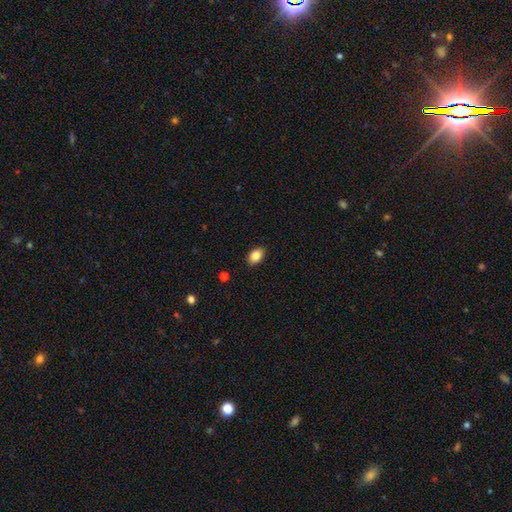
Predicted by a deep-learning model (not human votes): smooth-or-featured: smooth: 85% | star or artifact: 8% | featured or disk: 7%
  how-rounded: in between: 88% | round: 11% | cigar-shaped: 2%
  merging: none: 88% | minor disturbance: 9% | major disturbance: 2% | merger: 1%